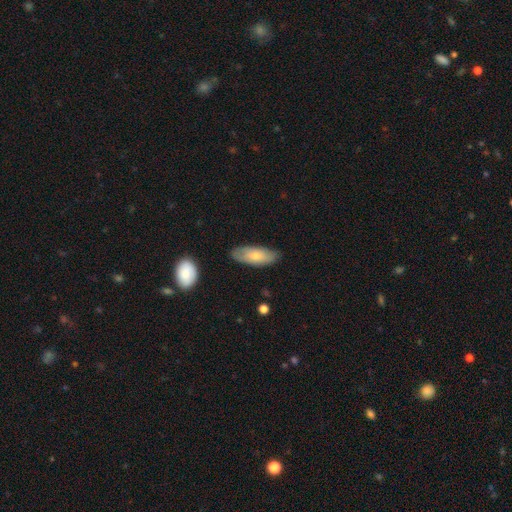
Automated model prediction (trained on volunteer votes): smooth 69%, featured or disk 25%, star or artifact 6%. Down the decision tree: how rounded — in between (81%); merging — none (77%).